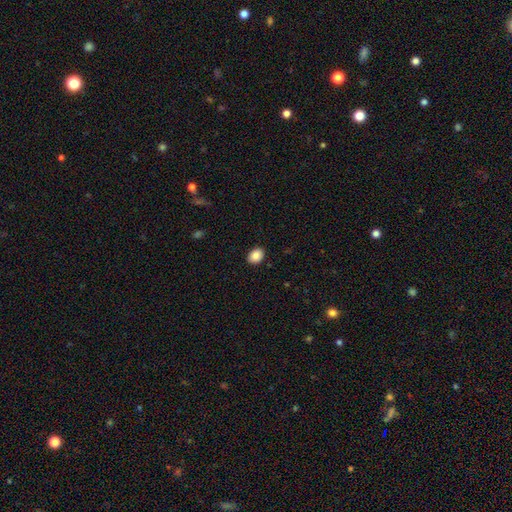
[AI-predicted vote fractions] Q: Smooth or featured?
A: smooth (86%); runner-up: star or artifact (8%)
Q: How rounded?
A: in between (71%); runner-up: round (28%)
Q: Merging?
A: none (90%); runner-up: minor disturbance (7%)